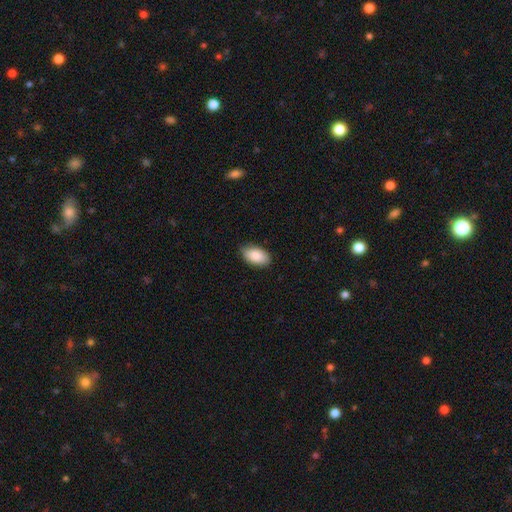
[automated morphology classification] A smooth galaxy with no disk features (88%) that is in between round and cigar-shaped (95%).

Vote fractions:
- Smooth or featured? smooth: 88% / star or artifact: 6% / featured or disk: 6%
- How rounded? in between: 95% / round: 4% / cigar-shaped: 2%
- Merging? none: 84% / minor disturbance: 13% / major disturbance: 2% / merger: 1%